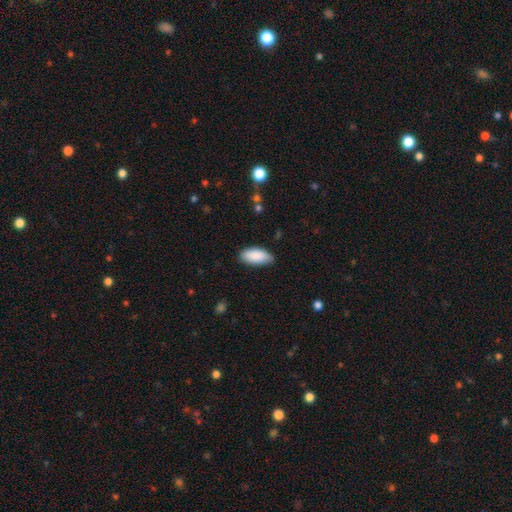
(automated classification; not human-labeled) smooth 89%, star or artifact 6%, featured or disk 5%. Down the decision tree: how rounded — in between (91%); merging — none (82%).